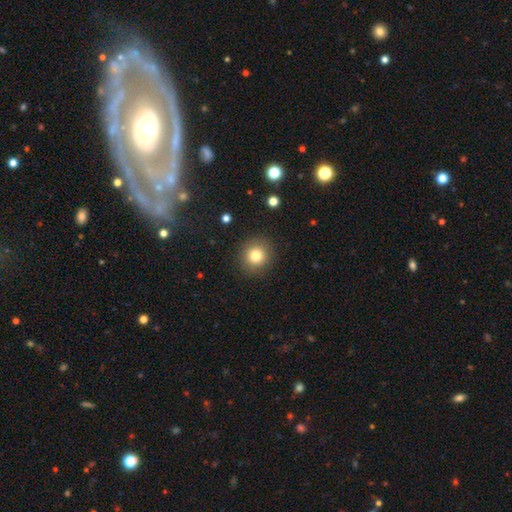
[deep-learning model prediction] Smooth or featured? Predicted: smooth (p=0.81). How rounded? Predicted: round (p=0.90). Merging? Predicted: none (p=0.90).